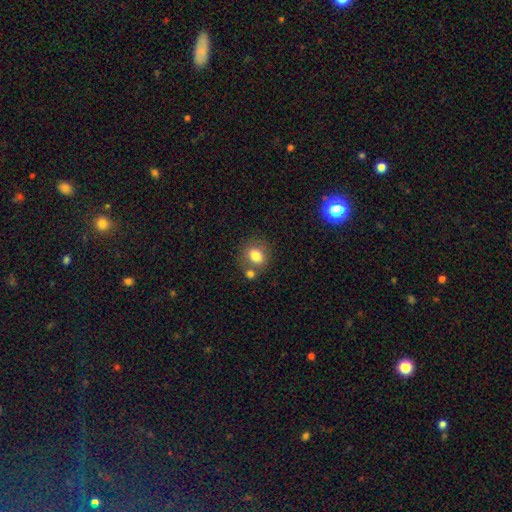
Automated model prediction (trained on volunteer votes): This appears to be a smooth galaxy with no disk features (79%) that is round (57%). Merging: none (60%).